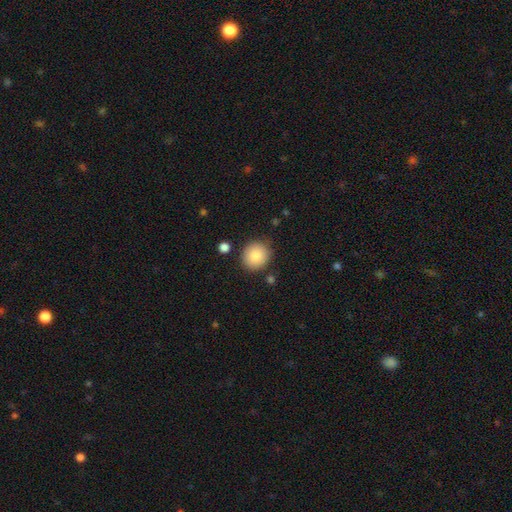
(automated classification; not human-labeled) Morphology: type=smooth (86%); roundness=round (89%); merging=none (86%).